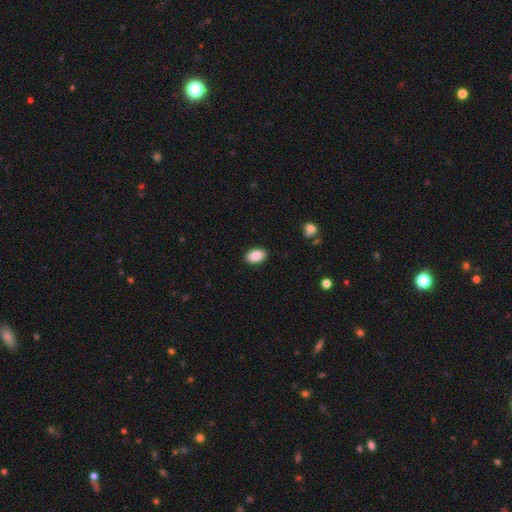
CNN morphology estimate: Q: Smooth or featured?
A: smooth (89%); runner-up: star or artifact (7%)
Q: How rounded?
A: in between (91%); runner-up: round (8%)
Q: Merging?
A: none (89%); runner-up: minor disturbance (8%)